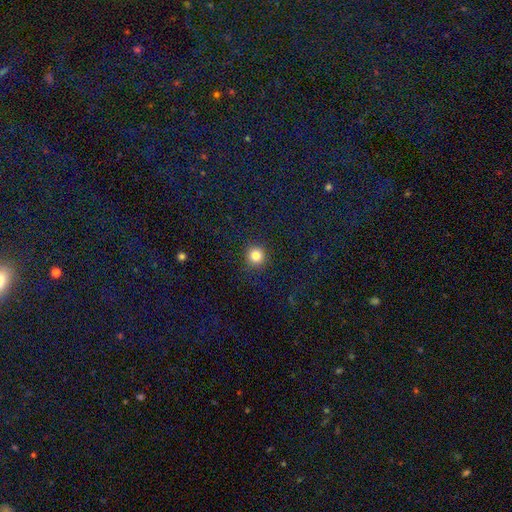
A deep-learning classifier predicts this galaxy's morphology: Smooth or featured? smooth (83%)
How rounded? round (94%)
Merging? none (92%)